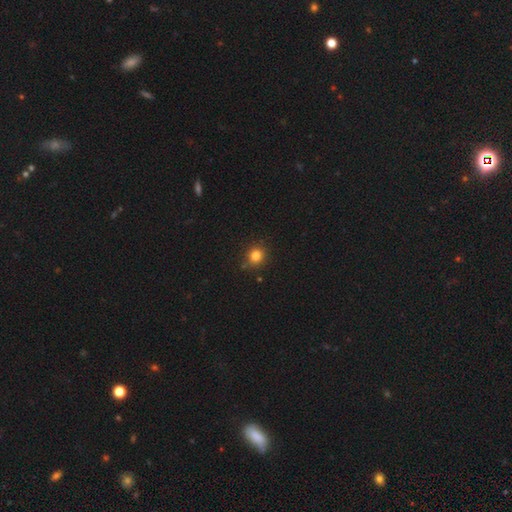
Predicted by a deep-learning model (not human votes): A smooth galaxy with no disk features (82%) that is round (86%).

Vote fractions:
- Smooth or featured? smooth: 82% / star or artifact: 13% / featured or disk: 5%
- How rounded? round: 86% / in between: 13% / cigar-shaped: 1%
- Merging? none: 86% / minor disturbance: 9% / merger: 3% / major disturbance: 2%